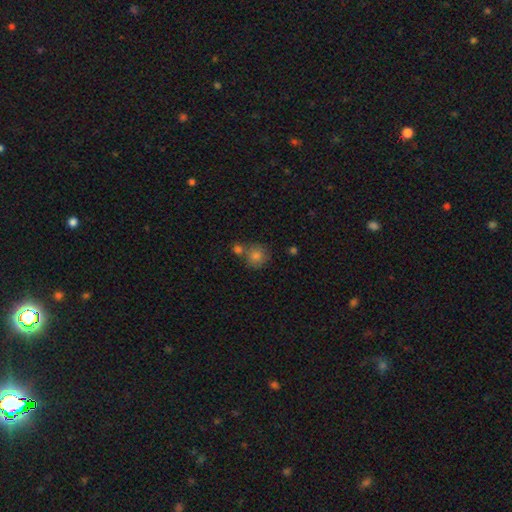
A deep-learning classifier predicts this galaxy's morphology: Smooth or featured? Predicted: smooth (p=0.79). How rounded? Predicted: round (p=0.90). Merging? Predicted: none (p=0.64).